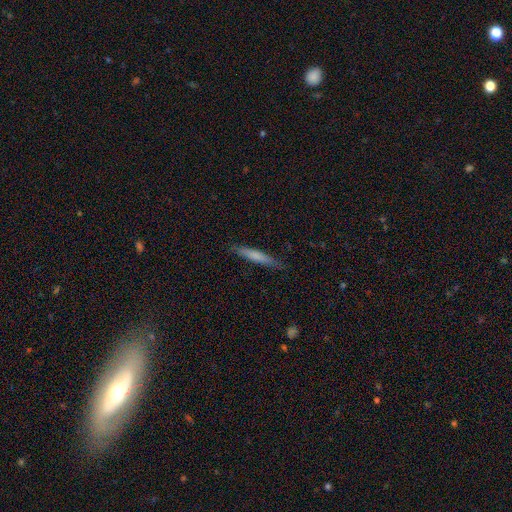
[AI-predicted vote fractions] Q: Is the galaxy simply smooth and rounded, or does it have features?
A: smooth — 70%.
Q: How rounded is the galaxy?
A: cigar-shaped — 94%.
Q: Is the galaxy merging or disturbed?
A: none — 85%.